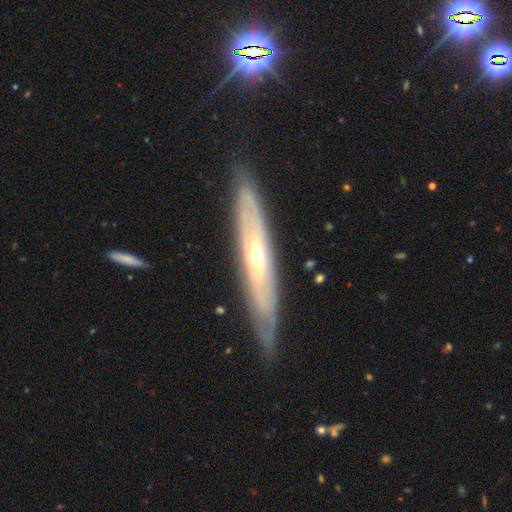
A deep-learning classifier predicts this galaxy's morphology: featured or disk 77%, smooth 18%, star or artifact 6%. Down the decision tree: edge-on disk — yes (56%); merging — none (80%).